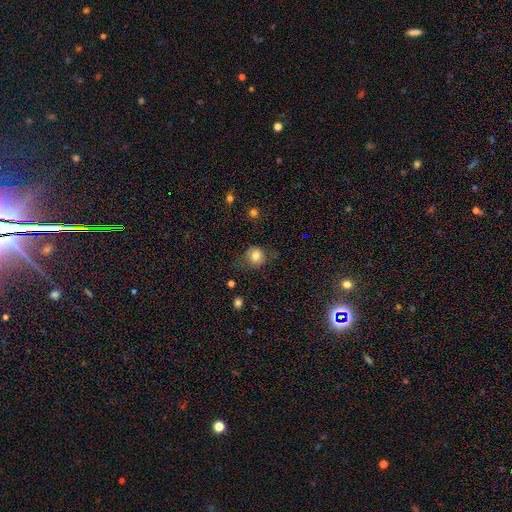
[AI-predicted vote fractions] smooth-or-featured: smooth: 78% | featured or disk: 11% | star or artifact: 10%
  how-rounded: round: 75% | in between: 24% | cigar-shaped: 1%
  merging: none: 70% | minor disturbance: 20% | major disturbance: 9% | merger: 2%